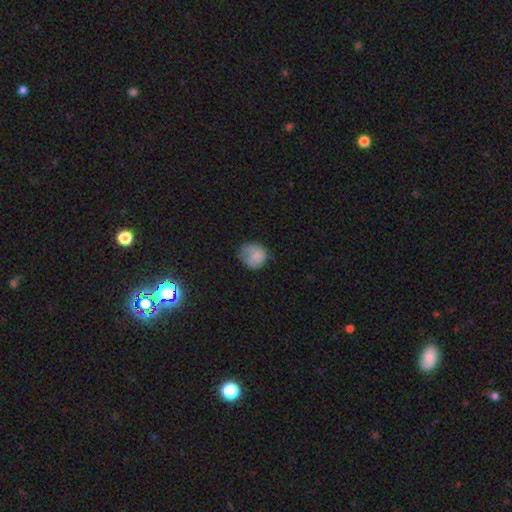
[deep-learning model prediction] Smooth or featured? Predicted: smooth (p=0.78). How rounded? Predicted: round (p=0.72). Merging? Predicted: none (p=0.47).